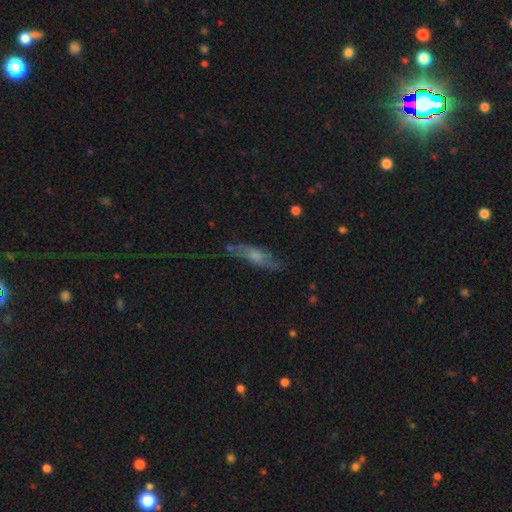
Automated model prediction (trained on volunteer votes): Morphology: type=smooth (49%); merging=none (62%).